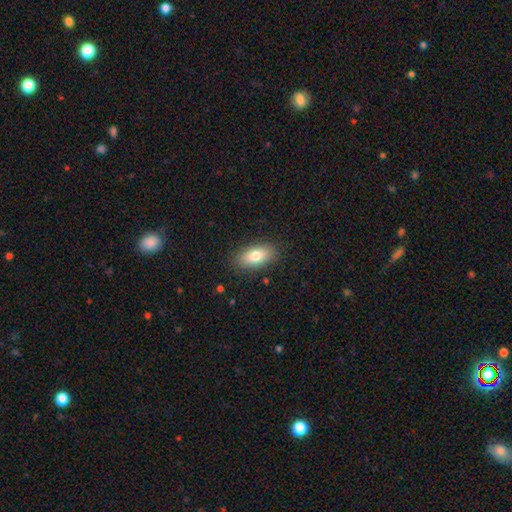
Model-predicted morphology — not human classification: This appears to be a smooth galaxy with no disk features (80%) that is in between round and cigar-shaped (90%). Merging: none (86%).